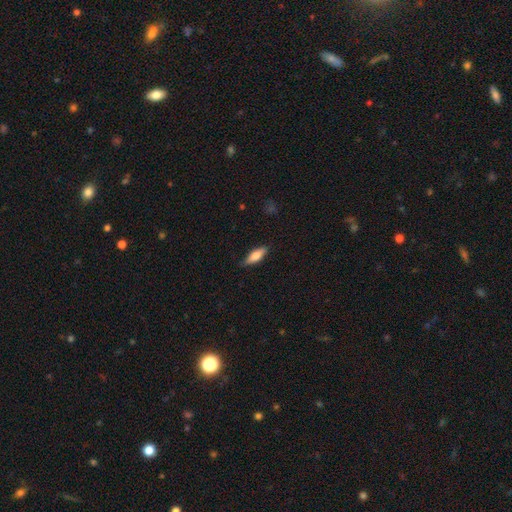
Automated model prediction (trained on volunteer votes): Smooth or featured? Predicted: smooth (p=0.73). How rounded? Predicted: in between (p=0.62). Merging? Predicted: none (p=0.82).